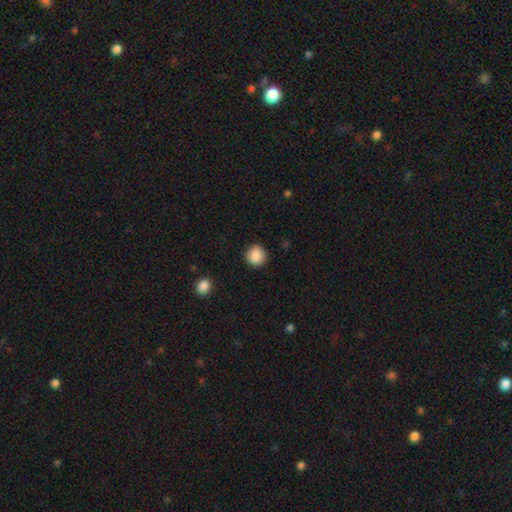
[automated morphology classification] Smooth or featured?
  - smooth: 88% *
  - star or artifact: 9%
  - featured or disk: 4%
How rounded?
  - round: 91% *
  - in between: 8%
  - cigar-shaped: 1%
Merging?
  - none: 89% *
  - minor disturbance: 8%
  - major disturbance: 2%
  - merger: 1%